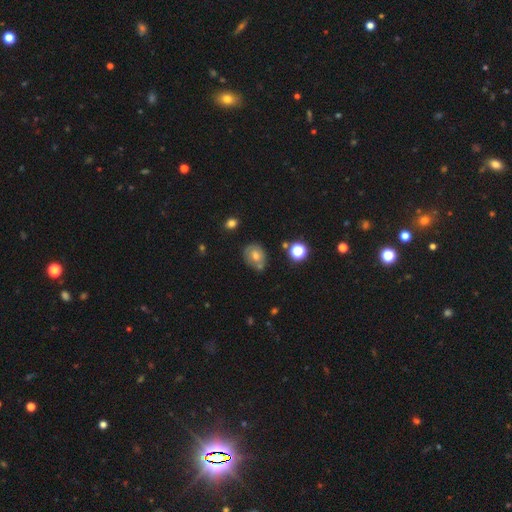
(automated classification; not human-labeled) smooth_or_featured: smooth (p=0.56) [alt: featured or disk p=0.29]
how_rounded: round (p=0.55) [alt: in between p=0.44]
merging: none (p=0.61) [alt: minor disturbance p=0.20]